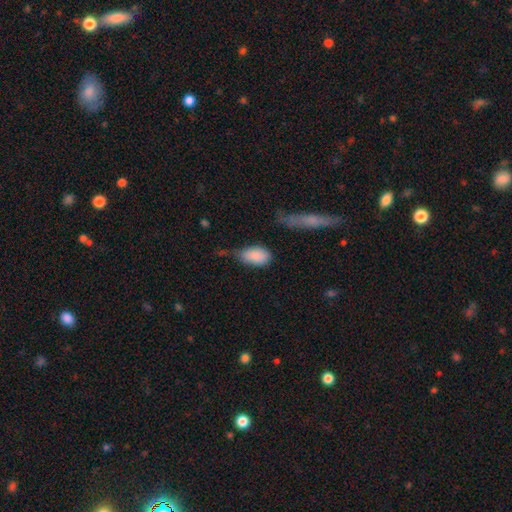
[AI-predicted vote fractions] Smooth or featured: smooth — 85% (featured or disk — 8%)
How rounded: in between — 91% (round — 7%)
Merging: none — 40% (minor disturbance — 38%)